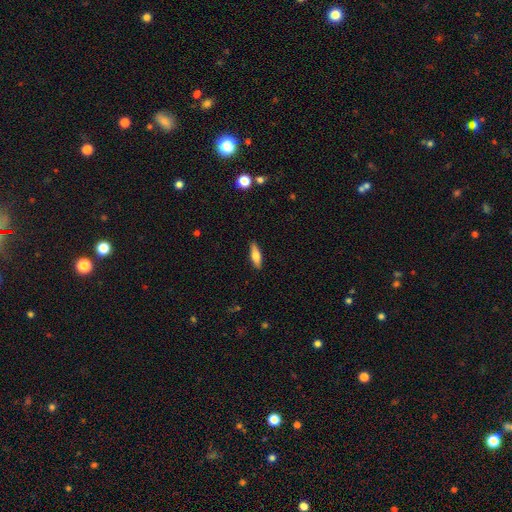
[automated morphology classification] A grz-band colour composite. It shows a smooth galaxy with no disk features (65%) that is cigar-shaped (49%). Merging: none (88%).